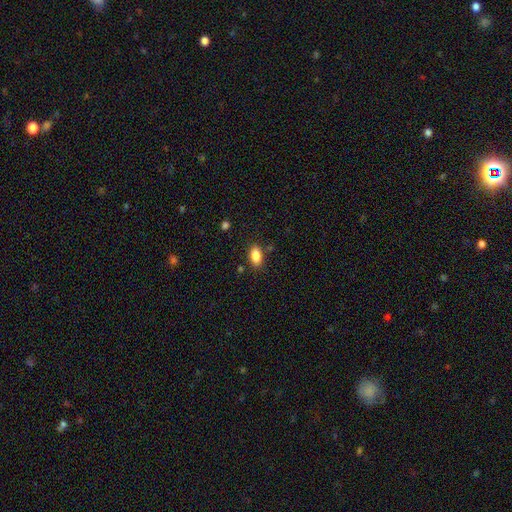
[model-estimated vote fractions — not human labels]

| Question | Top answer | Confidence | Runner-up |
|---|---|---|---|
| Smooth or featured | smooth | 86% | star or artifact (8%) |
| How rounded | in between | 90% | round (6%) |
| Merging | none | 84% | minor disturbance (11%) |